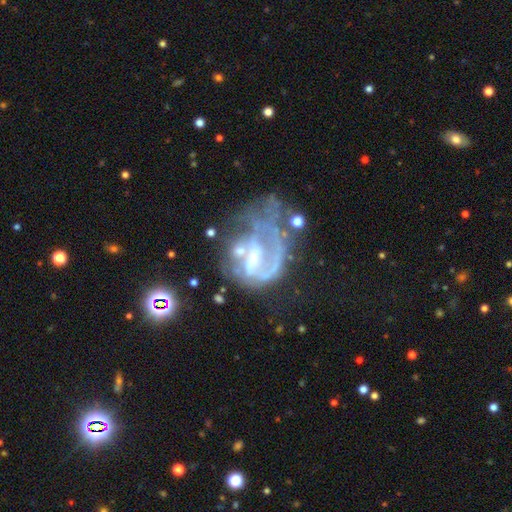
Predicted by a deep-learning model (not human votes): smooth-or-featured: featured or disk: 77% | smooth: 12% | star or artifact: 11%
  disk-edge-on: no: 98% | yes: 2%
    bar: weak: 41% | no: 40% | strong: 18%
    has-spiral-arms: yes: 72% | no: 28%
      spiral-winding: medium: 39% | loose: 33% | tight: 28%
      spiral-arm-count: 1: 36% | 2: 30% | can't tell: 25% | 3: 5% | 4: 2% | more than 4: 2%
    bulge-size: small: 58% | moderate: 21% | none: 18% | large: 2% | dominant: 1%
  merging: major disturbance: 42% | none: 26% | minor disturbance: 17% | merger: 15%